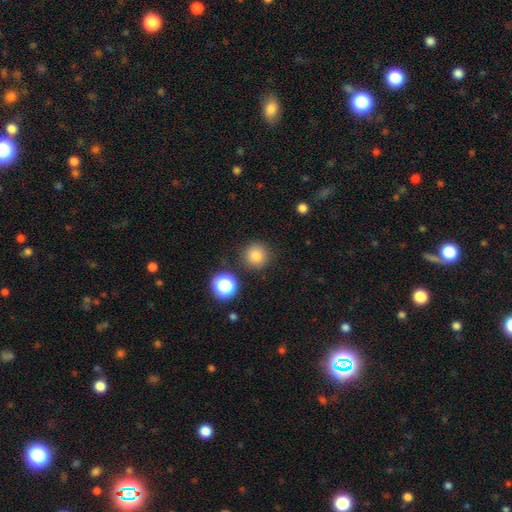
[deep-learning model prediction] The model was most divided on "smooth or featured": smooth: 80%, star or artifact: 14%, featured or disk: 6%. More confident: how rounded — round (95%); merging — none (87%).